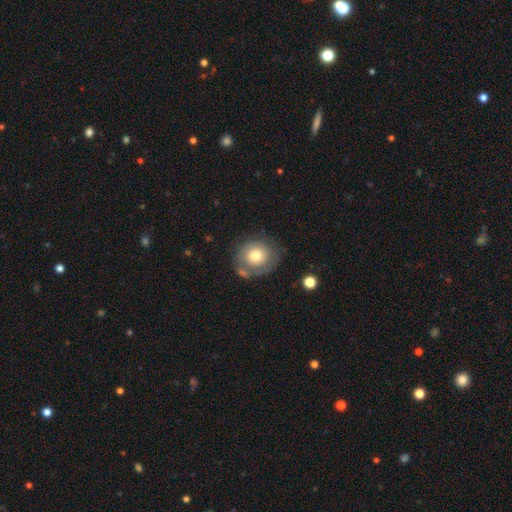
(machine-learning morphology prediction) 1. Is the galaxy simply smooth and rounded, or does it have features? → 63% smooth, 29% featured or disk, 8% star or artifact.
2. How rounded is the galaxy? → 81% round, 18% in between, 1% cigar-shaped.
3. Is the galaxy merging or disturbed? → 61% none, 21% minor disturbance, 10% major disturbance, 9% merger.